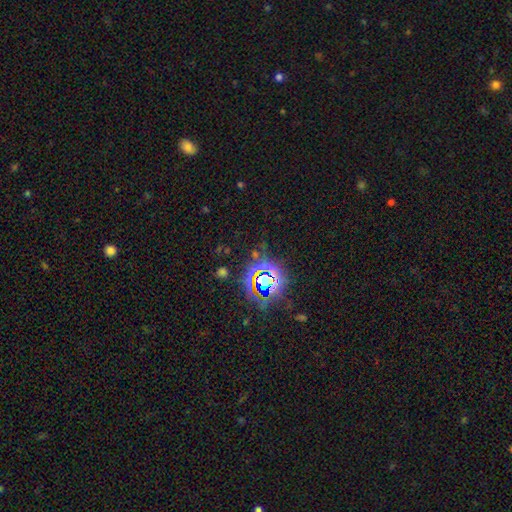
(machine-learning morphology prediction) The model was most divided on "smooth or featured": star or artifact: 78%, smooth: 13%, featured or disk: 9%.